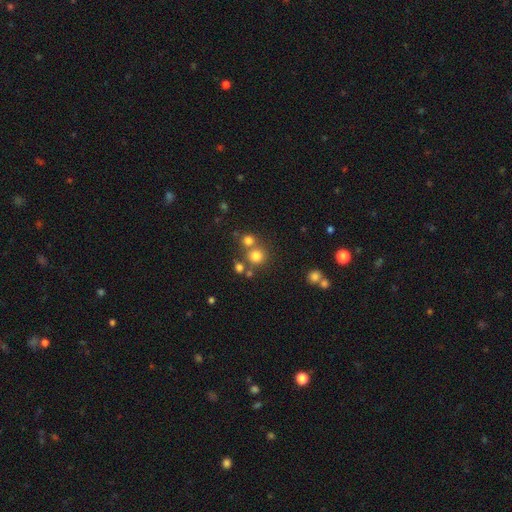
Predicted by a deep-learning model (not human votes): Overall: smooth (74%). How rounded: round (90%). Merging: none (63%; merger 26%).